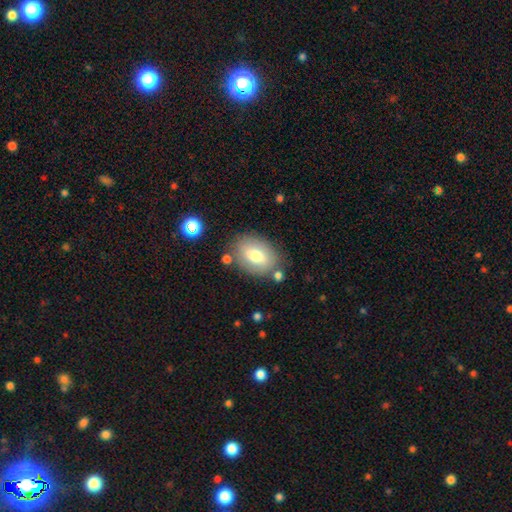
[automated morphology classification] type=smooth (68%); roundness=in between (79%); merging=none (76%).